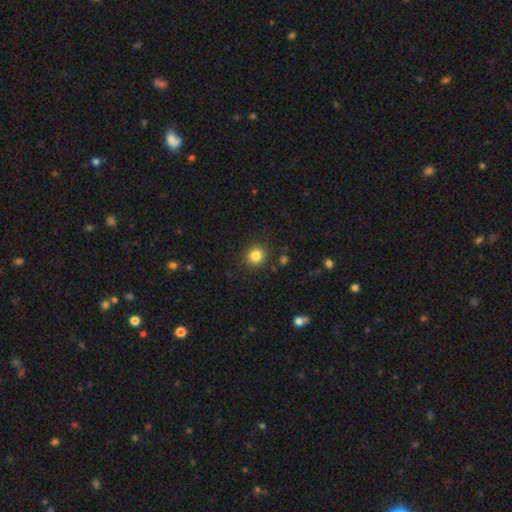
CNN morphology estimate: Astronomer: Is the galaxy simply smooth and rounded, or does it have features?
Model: smooth — 83%.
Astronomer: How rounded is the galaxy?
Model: round — 90%.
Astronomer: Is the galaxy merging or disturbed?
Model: none — 89%.